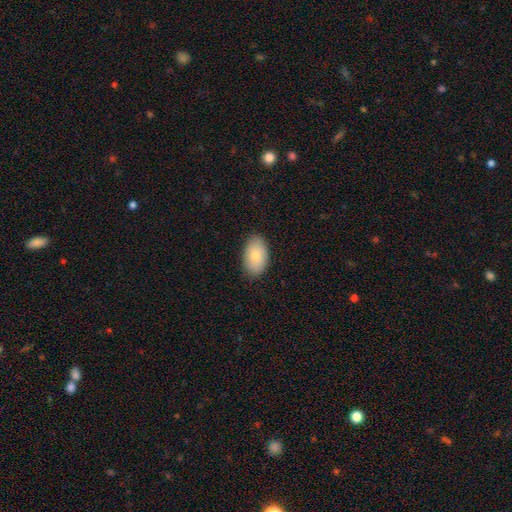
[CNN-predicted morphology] smooth-or-featured: smooth: 80% | featured or disk: 13% | star or artifact: 7%
  how-rounded: in between: 92% | round: 6% | cigar-shaped: 1%
  merging: none: 87% | minor disturbance: 10% | major disturbance: 2% | merger: 1%